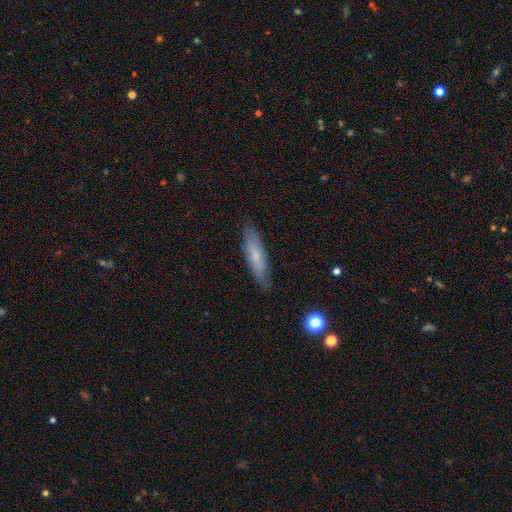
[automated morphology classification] Q: Smooth or featured?
A: smooth (66%); runner-up: featured or disk (28%)
Q: How rounded?
A: cigar-shaped (70%); runner-up: in between (29%)
Q: Merging?
A: none (83%); runner-up: minor disturbance (13%)